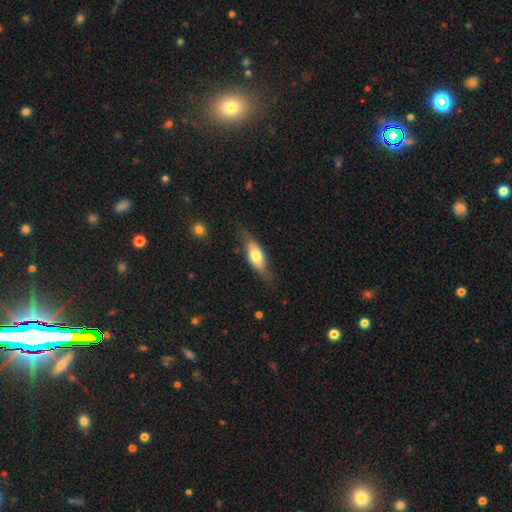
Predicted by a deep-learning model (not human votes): Smooth or featured? Predicted: smooth (p=0.60). How rounded? Predicted: in between (p=0.70). Merging? Predicted: none (p=0.69).